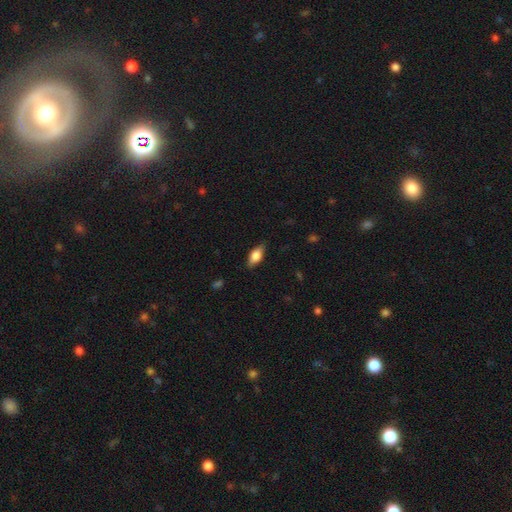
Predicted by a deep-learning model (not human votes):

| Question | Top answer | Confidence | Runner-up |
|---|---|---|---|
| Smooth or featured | smooth | 72% | featured or disk (21%) |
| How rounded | in between | 84% | cigar-shaped (12%) |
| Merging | none | 82% | minor disturbance (14%) |